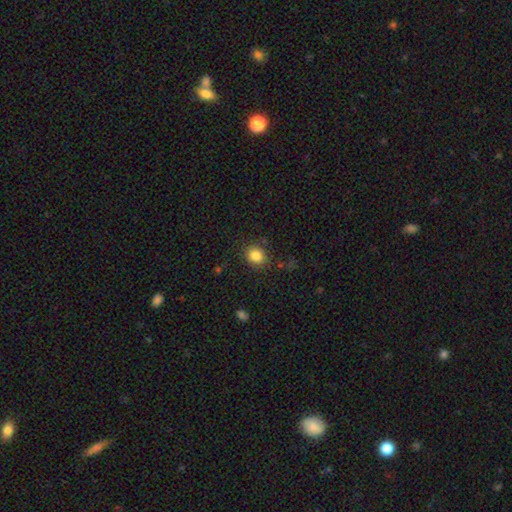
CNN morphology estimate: Smooth or featured? smooth (84%)
How rounded? round (69%)
Merging? none (84%)